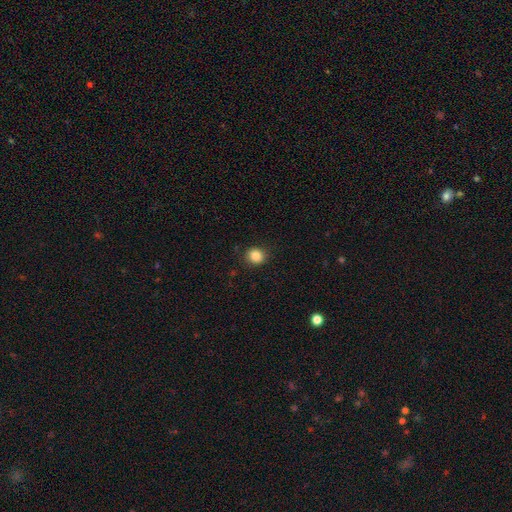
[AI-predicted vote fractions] This is clearly a smooth galaxy (85%). How rounded: clearly round (81%). Merging: clearly none (89%).